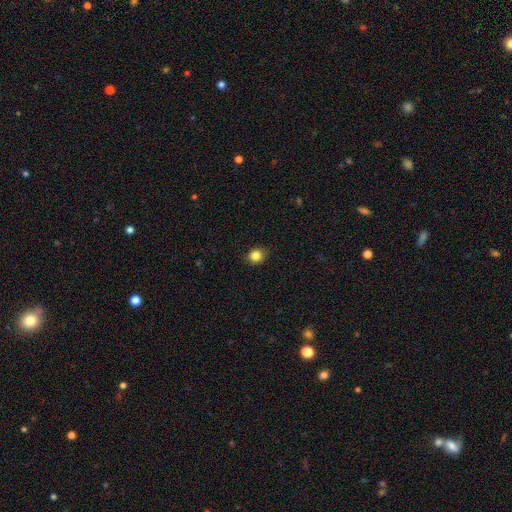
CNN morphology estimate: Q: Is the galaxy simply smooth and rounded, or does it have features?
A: smooth — 84%.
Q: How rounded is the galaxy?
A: round — 84%.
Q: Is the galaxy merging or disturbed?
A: none — 88%.